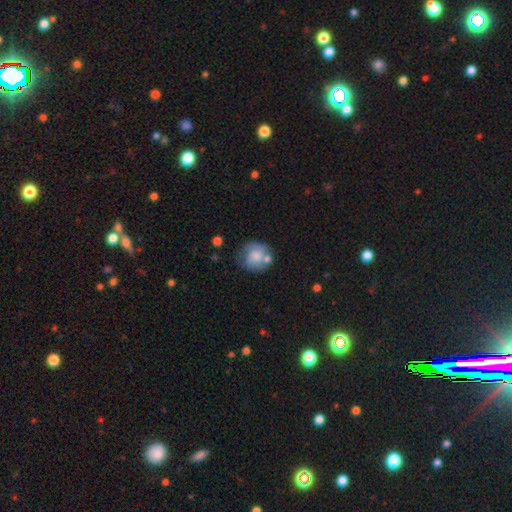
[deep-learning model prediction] Overall: smooth (66%). How rounded: round (79%). Merging: none (48%; minor disturbance 23%).